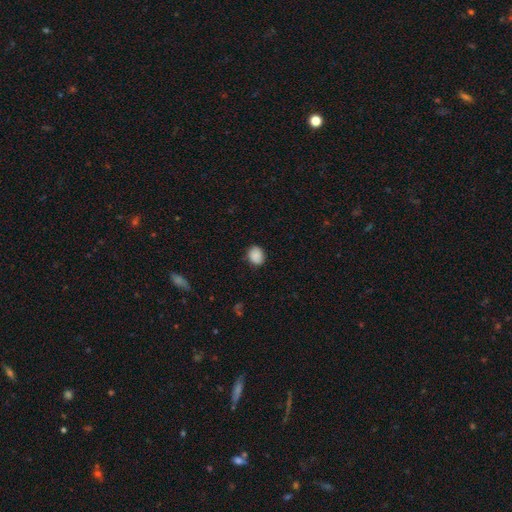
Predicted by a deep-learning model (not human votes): smooth 87%, star or artifact 8%, featured or disk 5%. Down the decision tree: how rounded — round (52%); merging — none (79%).